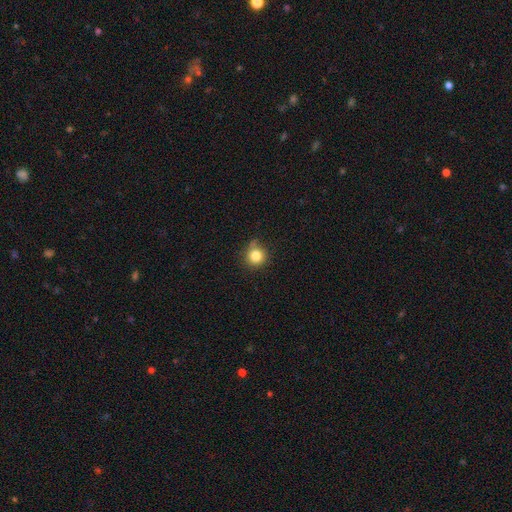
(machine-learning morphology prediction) smooth_or_featured: smooth (p=0.82) [alt: star or artifact p=0.11]
how_rounded: round (p=0.91) [alt: in between p=0.08]
merging: none (p=0.68) [alt: minor disturbance p=0.22]